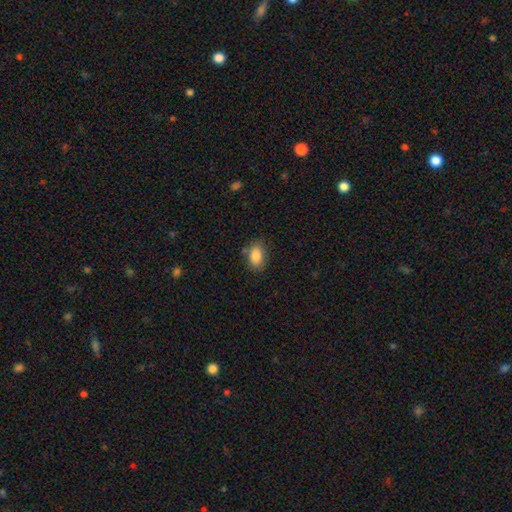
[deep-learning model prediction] Smooth or featured?
  - smooth: 86% *
  - star or artifact: 8%
  - featured or disk: 7%
How rounded?
  - in between: 86% *
  - round: 12%
  - cigar-shaped: 2%
Merging?
  - none: 73% *
  - minor disturbance: 18%
  - merger: 5%
  - major disturbance: 4%